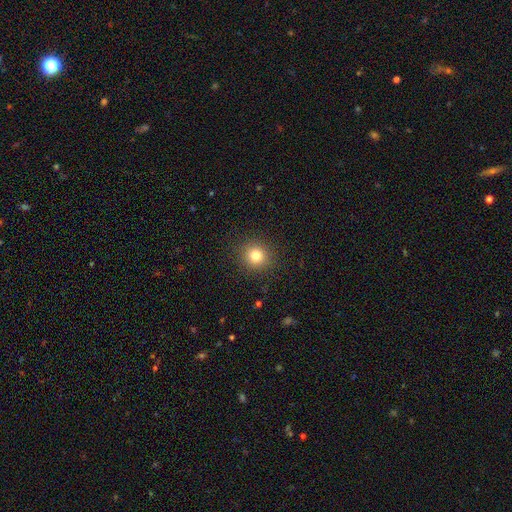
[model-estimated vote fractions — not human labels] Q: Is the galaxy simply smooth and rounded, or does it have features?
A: smooth — 80%.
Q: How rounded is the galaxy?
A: round — 92%.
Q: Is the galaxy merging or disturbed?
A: none — 90%.